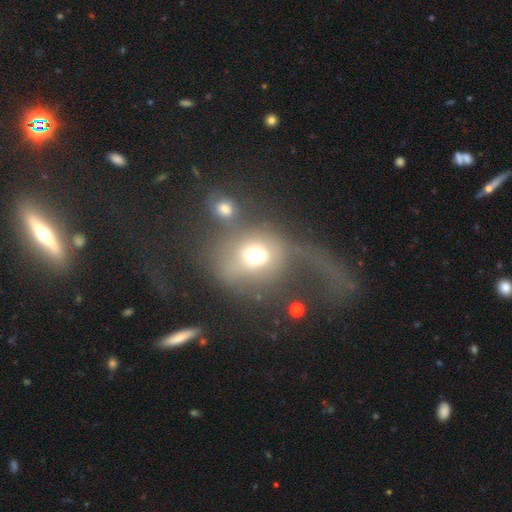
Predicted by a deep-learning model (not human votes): smooth-or-featured: smooth: 61% | featured or disk: 25% | star or artifact: 14%
  how-rounded: round: 72% | in between: 26% | cigar-shaped: 1%
  merging: major disturbance: 33% | merger: 30% | none: 24% | minor disturbance: 12%